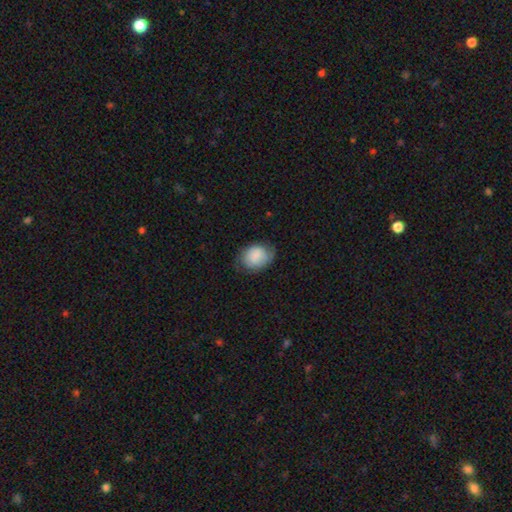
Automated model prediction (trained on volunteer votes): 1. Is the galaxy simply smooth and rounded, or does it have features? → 79% smooth, 14% featured or disk, 7% star or artifact.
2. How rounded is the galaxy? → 64% in between, 35% round, 1% cigar-shaped.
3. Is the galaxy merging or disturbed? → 64% none, 27% minor disturbance, 8% major disturbance, 1% merger.